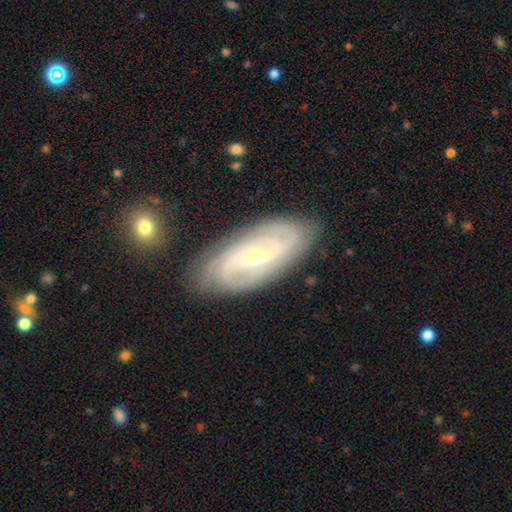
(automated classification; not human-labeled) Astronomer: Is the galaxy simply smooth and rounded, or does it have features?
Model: featured or disk — 85%.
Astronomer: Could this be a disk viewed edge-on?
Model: no — 93%.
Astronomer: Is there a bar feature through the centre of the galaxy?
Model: weak — 43% (runner-up: no, 36%).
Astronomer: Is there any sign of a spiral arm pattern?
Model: yes — 96%.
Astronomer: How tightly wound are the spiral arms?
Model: tight — 56% (runner-up: medium, 34%).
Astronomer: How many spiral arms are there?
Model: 2 — 40% (runner-up: can't tell, 23%).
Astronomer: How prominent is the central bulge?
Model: small — 66%.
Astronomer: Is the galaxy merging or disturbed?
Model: none — 83%.